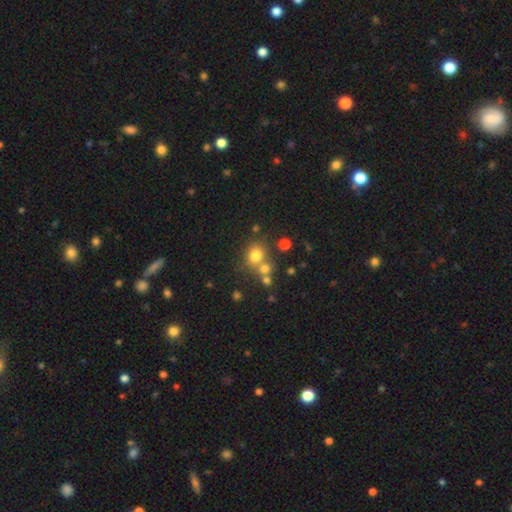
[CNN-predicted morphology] type=smooth (74%); roundness=round (73%); merging=none (57%).